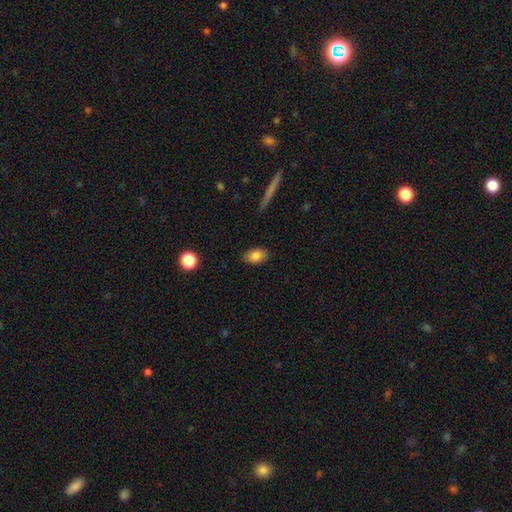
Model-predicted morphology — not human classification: Q: Smooth or featured?
A: smooth (84%); runner-up: star or artifact (8%)
Q: How rounded?
A: in between (86%); runner-up: round (12%)
Q: Merging?
A: none (85%); runner-up: minor disturbance (12%)